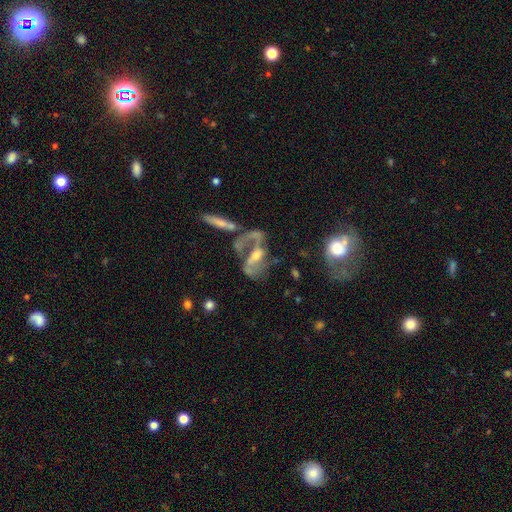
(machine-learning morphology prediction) type=featured or disk (73%); edge-on=no (89%); bar=no (39%); spiral arms=yes (67%); bulge=moderate (50%); merging=none (33%).